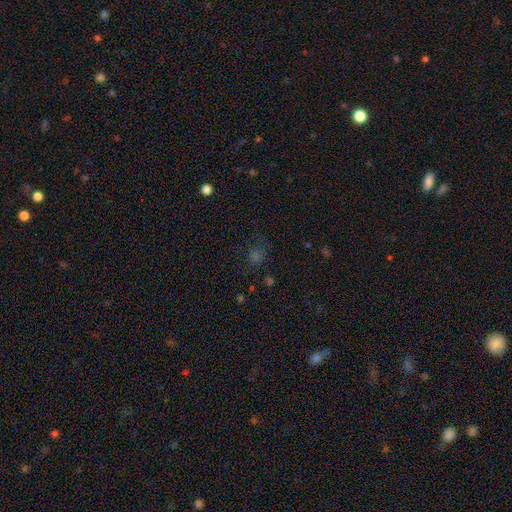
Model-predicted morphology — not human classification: type=smooth (48%); merging=none (74%).